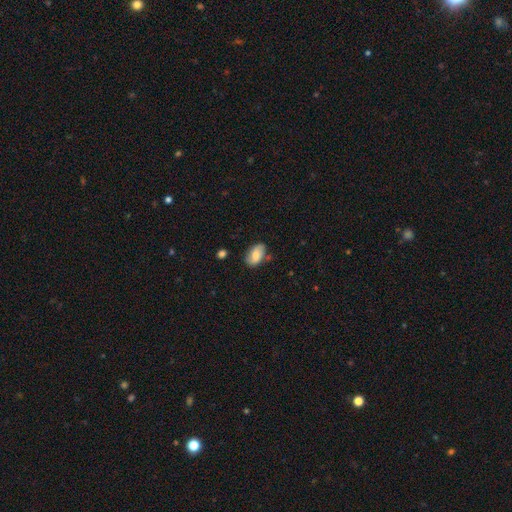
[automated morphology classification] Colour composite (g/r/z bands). It shows a smooth galaxy with no disk features (69%) that is in between round and cigar-shaped (90%). Merging: none (71%).